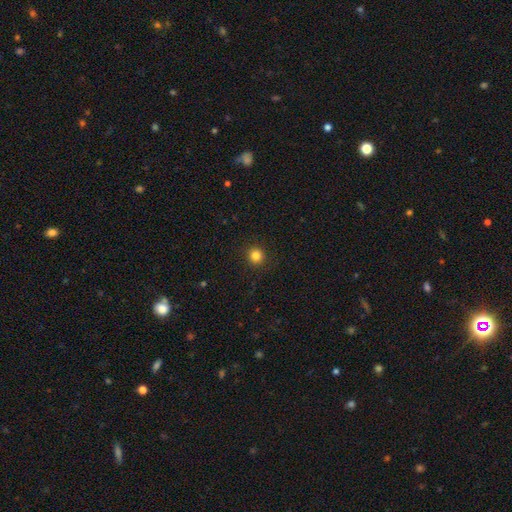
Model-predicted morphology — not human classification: Overall: smooth (83%). How rounded: round (93%). Merging: none (92%).